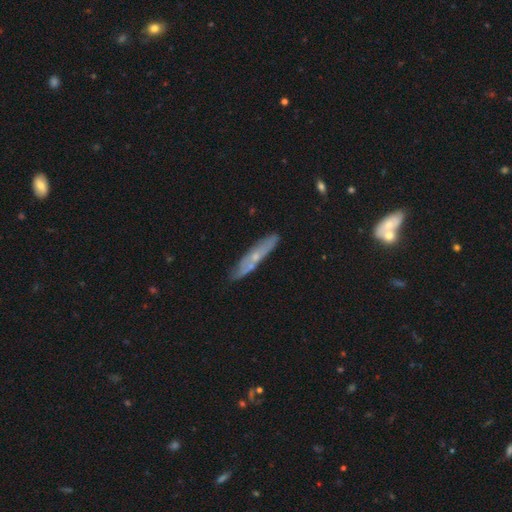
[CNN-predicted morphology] Overall: featured or disk (55%; smooth 37%). Edge-on disk: yes (65%; no 35%). Merging: none (80%).